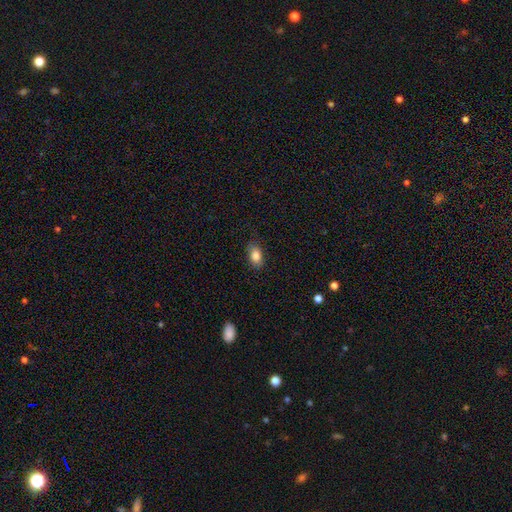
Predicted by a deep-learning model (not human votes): A smooth galaxy with no disk features (85%) that is in between round and cigar-shaped (87%). Merging: none (84%).